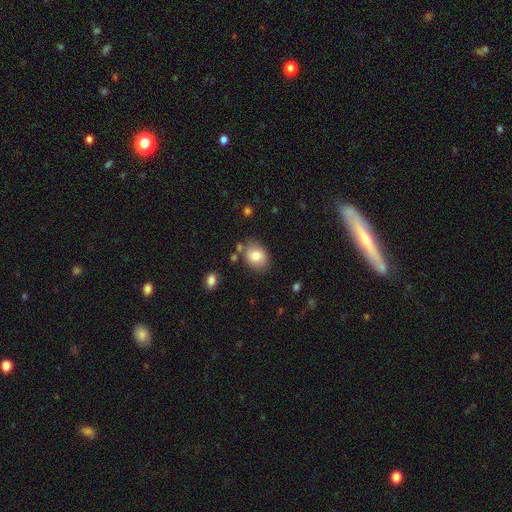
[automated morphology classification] This appears to be a smooth galaxy with no disk features (82%) that is in between round and cigar-shaped (60%). Merging: none (73%).